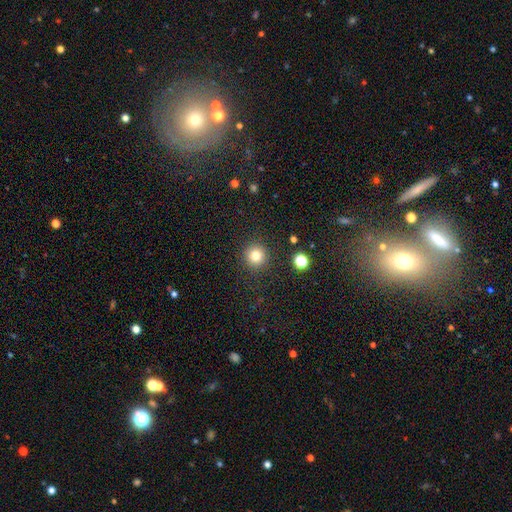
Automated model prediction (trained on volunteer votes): smooth-or-featured: smooth: 81% | star or artifact: 13% | featured or disk: 7%
  how-rounded: round: 94% | in between: 5% | cigar-shaped: 1%
  merging: none: 90% | minor disturbance: 6% | major disturbance: 2% | merger: 2%